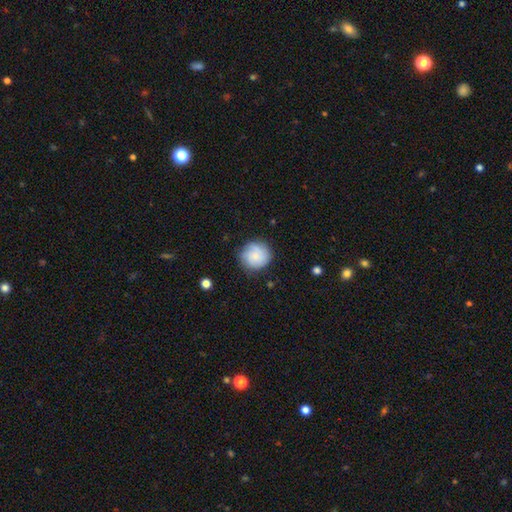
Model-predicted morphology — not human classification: Q: Smooth or featured?
A: smooth (68%); runner-up: featured or disk (24%)
Q: How rounded?
A: round (91%); runner-up: in between (8%)
Q: Merging?
A: none (79%); runner-up: minor disturbance (15%)